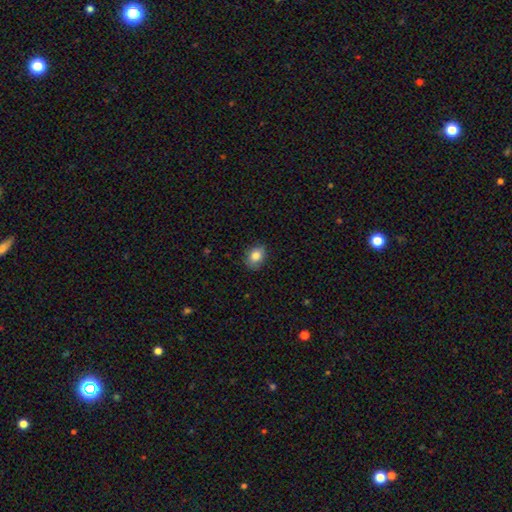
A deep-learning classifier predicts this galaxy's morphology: smooth-or-featured: smooth: 85% | star or artifact: 9% | featured or disk: 7%
  how-rounded: in between: 60% | round: 39% | cigar-shaped: 1%
  merging: none: 78% | minor disturbance: 18% | major disturbance: 3% | merger: 1%